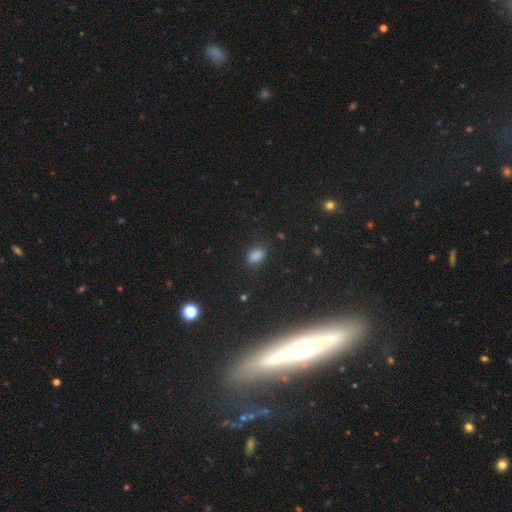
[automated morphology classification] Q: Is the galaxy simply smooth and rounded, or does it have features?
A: smooth — 71%.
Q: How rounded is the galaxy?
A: in between — 74%.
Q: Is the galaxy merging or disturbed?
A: none — 79%.